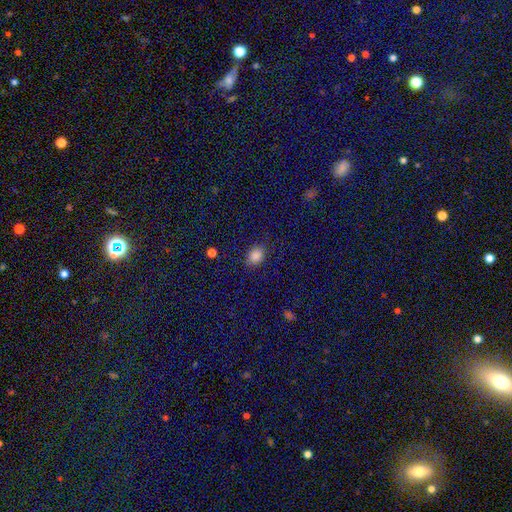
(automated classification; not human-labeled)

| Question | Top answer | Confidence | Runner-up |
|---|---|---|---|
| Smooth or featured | smooth | 84% | star or artifact (11%) |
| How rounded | in between | 63% | round (35%) |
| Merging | none | 83% | minor disturbance (12%) |